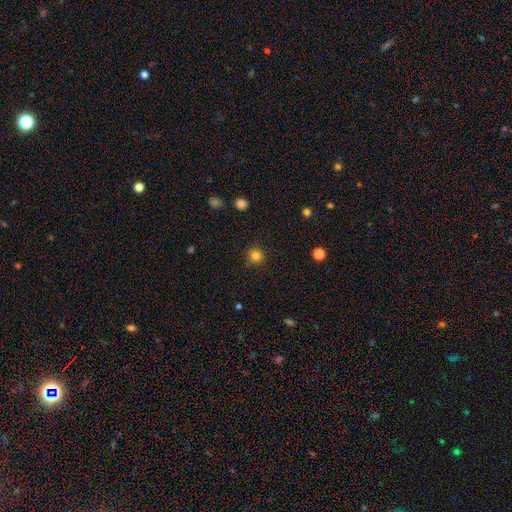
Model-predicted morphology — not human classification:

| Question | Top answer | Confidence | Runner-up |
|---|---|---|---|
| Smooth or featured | smooth | 82% | star or artifact (13%) |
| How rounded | round | 93% | in between (6%) |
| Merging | none | 88% | minor disturbance (8%) |